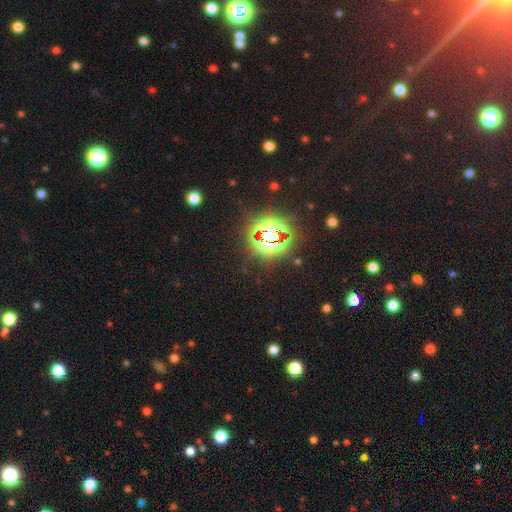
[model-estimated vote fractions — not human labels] A star or artifact, not a galaxy (76%).